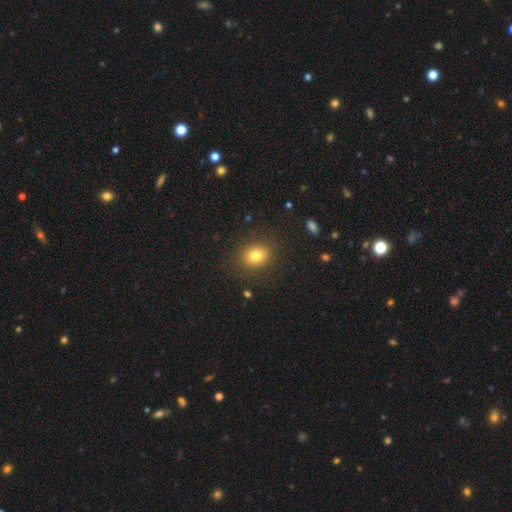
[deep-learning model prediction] Smooth or featured?
  - smooth: 80% *
  - star or artifact: 12%
  - featured or disk: 9%
How rounded?
  - round: 56% *
  - in between: 43%
  - cigar-shaped: 1%
Merging?
  - none: 86% *
  - minor disturbance: 10%
  - major disturbance: 4%
  - merger: 1%